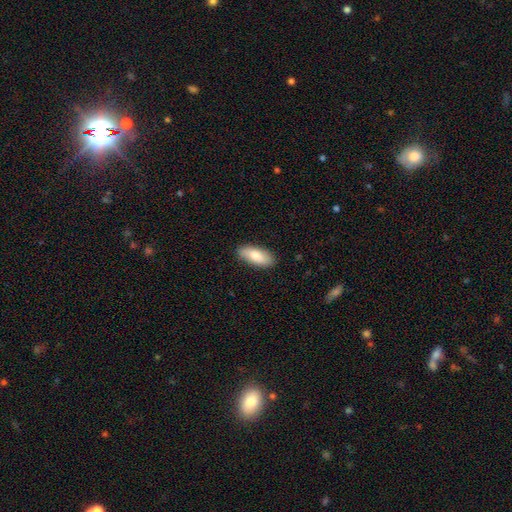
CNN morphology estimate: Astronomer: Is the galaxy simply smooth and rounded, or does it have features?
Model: smooth — 80%.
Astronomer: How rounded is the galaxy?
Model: in between — 82%.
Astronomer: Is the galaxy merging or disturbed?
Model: none — 88%.